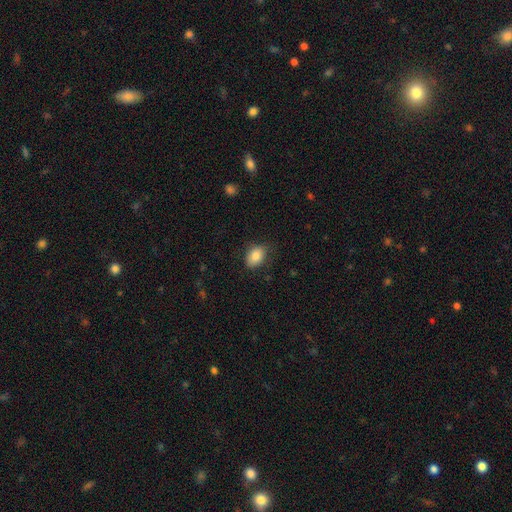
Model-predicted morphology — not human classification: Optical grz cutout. It shows a smooth galaxy with no disk features (85%) that is in between round and cigar-shaped (76%). Merging: none (78%).